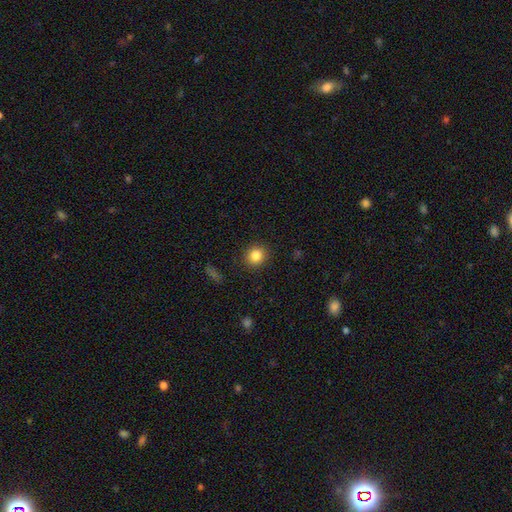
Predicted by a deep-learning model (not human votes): Morphology: type=smooth (84%); roundness=round (86%); merging=none (90%).